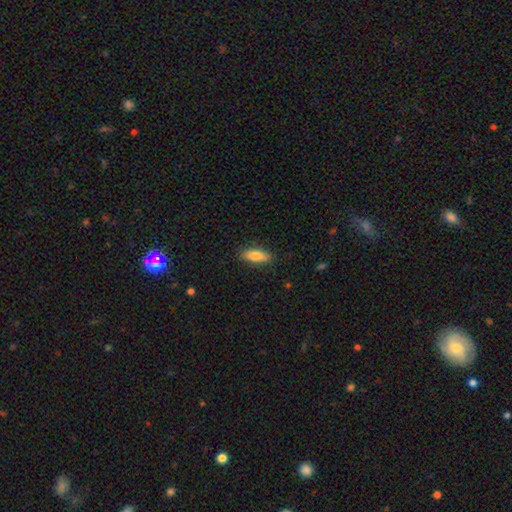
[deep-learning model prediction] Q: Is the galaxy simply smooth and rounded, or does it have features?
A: smooth — 81%.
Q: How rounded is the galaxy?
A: in between — 61%.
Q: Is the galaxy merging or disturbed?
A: none — 87%.